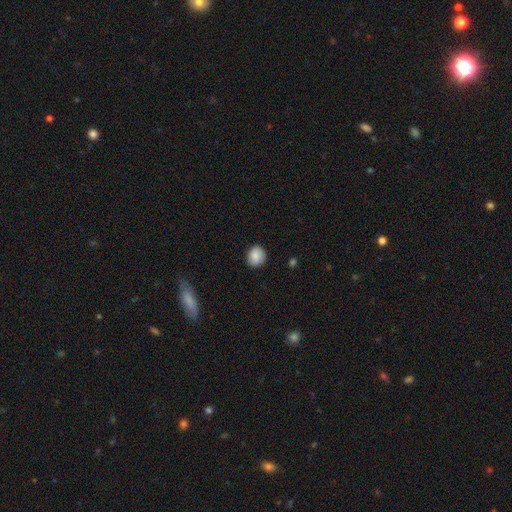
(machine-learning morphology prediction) smooth_or_featured: smooth (p=0.85) [alt: star or artifact p=0.08]
how_rounded: round (p=0.75) [alt: in between p=0.24]
merging: none (p=0.86) [alt: minor disturbance p=0.11]